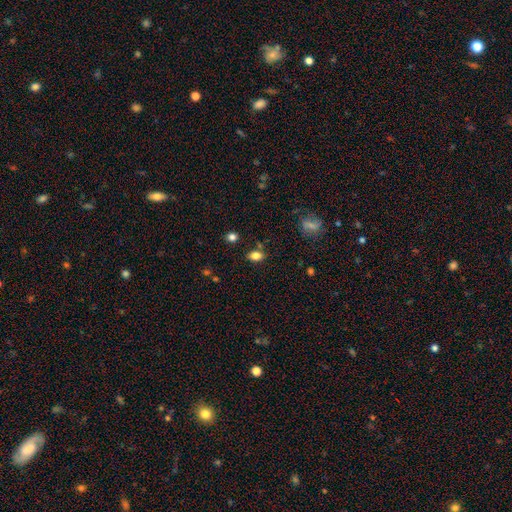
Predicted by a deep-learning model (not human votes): Overall: smooth (81%). How rounded: in between (81%). Merging: none (79%).